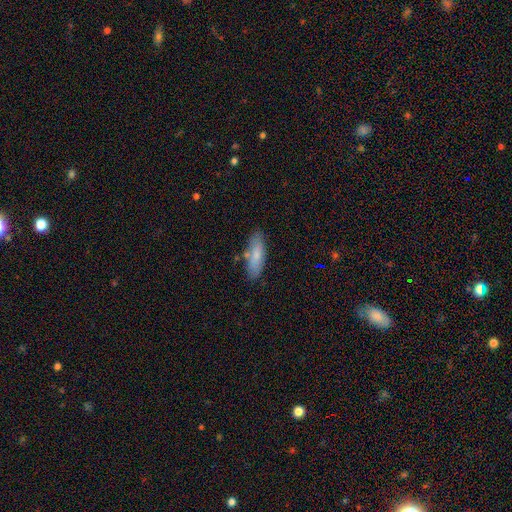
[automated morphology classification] Smooth or featured?
  - smooth: 76% *
  - featured or disk: 17%
  - star or artifact: 7%
How rounded?
  - in between: 54% *
  - cigar-shaped: 44%
  - round: 2%
Merging?
  - none: 78% *
  - minor disturbance: 14%
  - merger: 5%
  - major disturbance: 3%